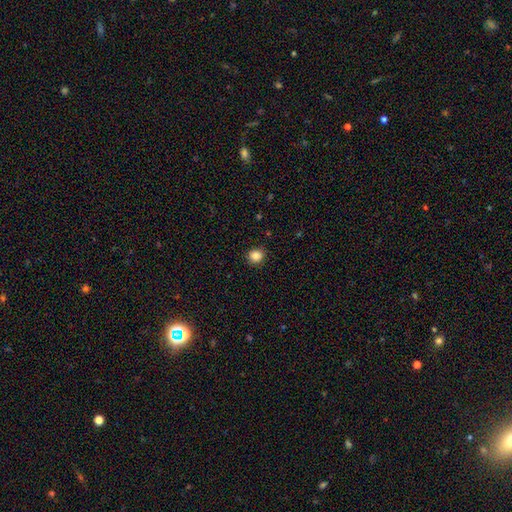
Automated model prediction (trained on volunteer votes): Q: Smooth or featured?
A: smooth (84%); runner-up: star or artifact (11%)
Q: How rounded?
A: round (87%); runner-up: in between (12%)
Q: Merging?
A: none (90%); runner-up: minor disturbance (7%)